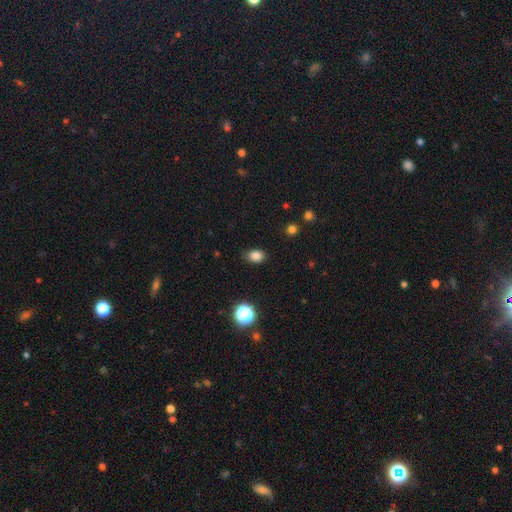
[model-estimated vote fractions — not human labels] Smooth or featured: smooth — 83% (star or artifact — 13%)
How rounded: in between — 67% (round — 31%)
Merging: none — 83% (minor disturbance — 13%)